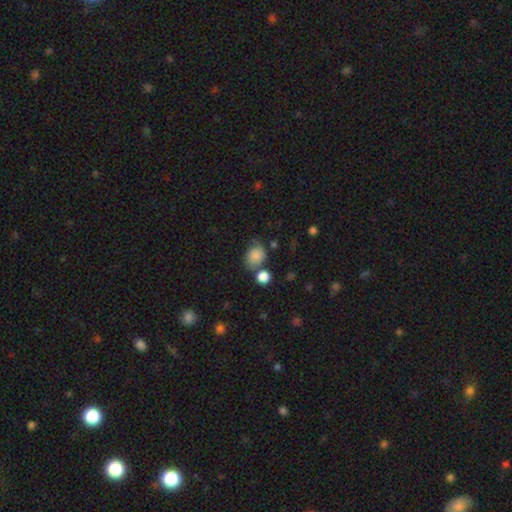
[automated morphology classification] Smooth or featured: smooth — 82% (star or artifact — 10%)
How rounded: round — 51% (in between — 48%)
Merging: none — 55% (minor disturbance — 23%)